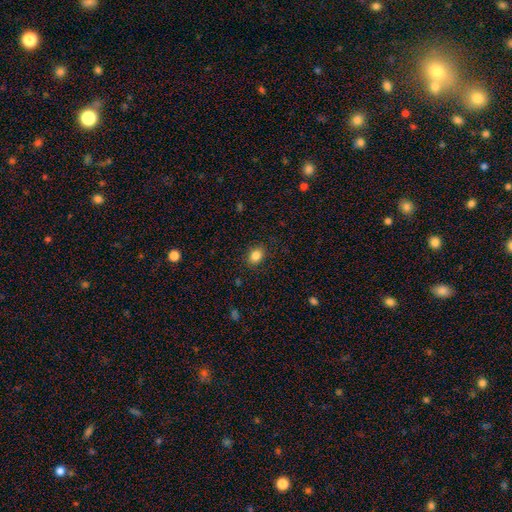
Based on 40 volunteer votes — Q: Smooth or featured?
A: smooth (95%); runner-up: star or artifact (5%)
Q: How rounded?
A: in between (68%); runner-up: round (32%)
Q: Merging?
A: none (89%); runner-up: minor disturbance (11%)